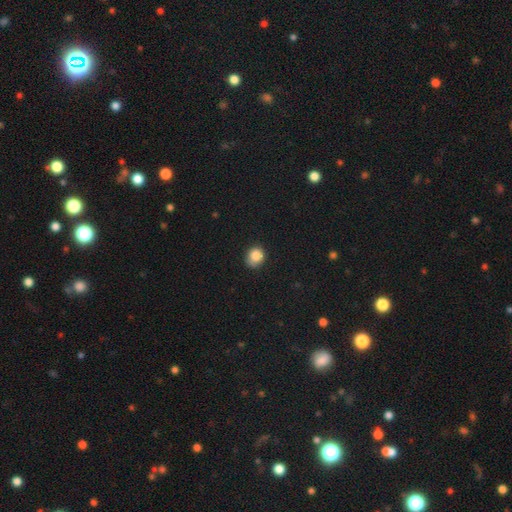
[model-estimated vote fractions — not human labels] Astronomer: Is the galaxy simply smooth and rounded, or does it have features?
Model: smooth — 84%.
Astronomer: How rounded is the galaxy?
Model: round — 73%.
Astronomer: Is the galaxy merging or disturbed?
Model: none — 70%.